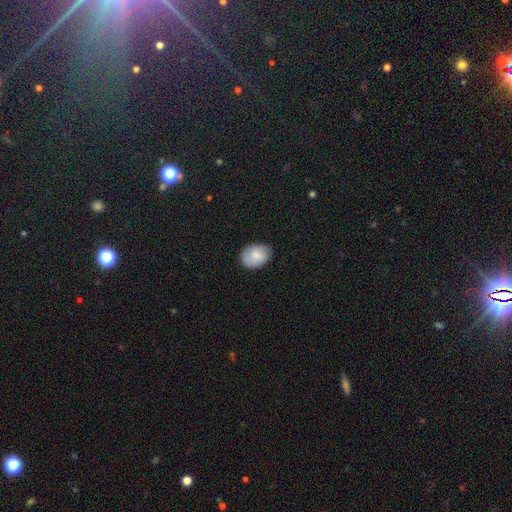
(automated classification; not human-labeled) Smooth or featured: smooth — 81% (featured or disk — 12%)
How rounded: in between — 72% (round — 27%)
Merging: none — 78% (minor disturbance — 18%)